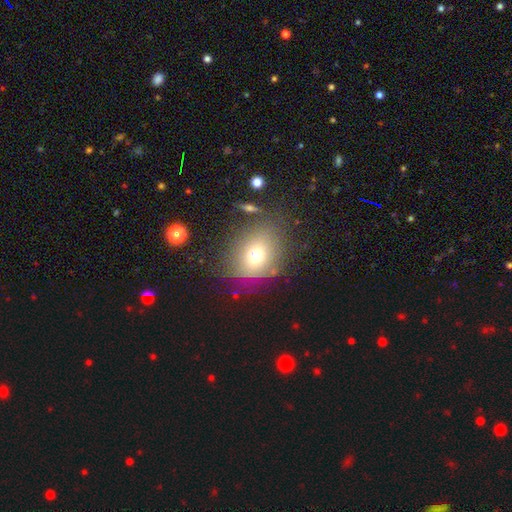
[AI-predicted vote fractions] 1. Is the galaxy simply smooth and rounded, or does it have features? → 68% smooth, 16% featured or disk, 16% star or artifact.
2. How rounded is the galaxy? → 57% round, 42% in between, 1% cigar-shaped.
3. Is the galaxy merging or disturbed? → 70% none, 15% minor disturbance, 9% major disturbance, 5% merger.